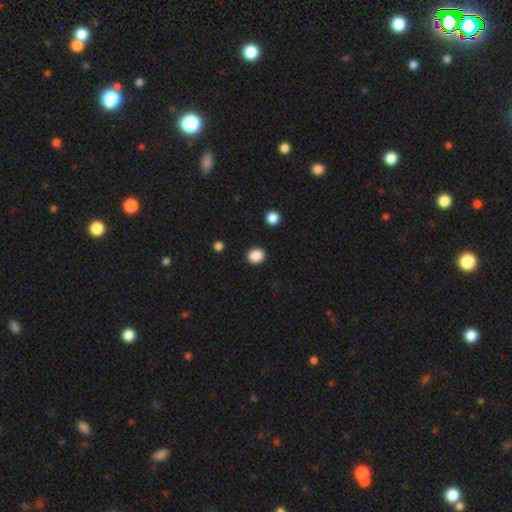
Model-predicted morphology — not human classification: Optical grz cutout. It shows a smooth galaxy with no disk features (88%) that is round (76%). Merging: none (90%).